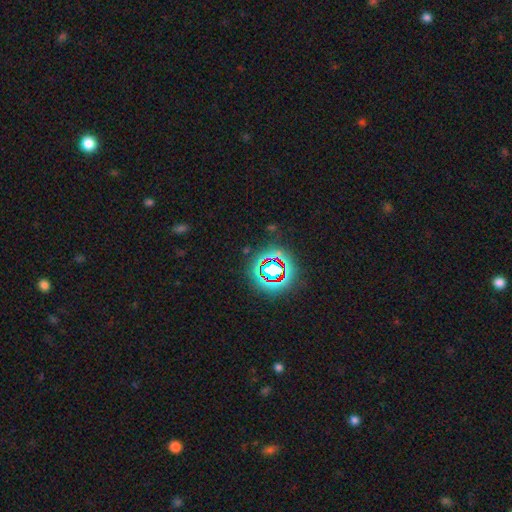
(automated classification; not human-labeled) A star or artifact, not a galaxy (79%).